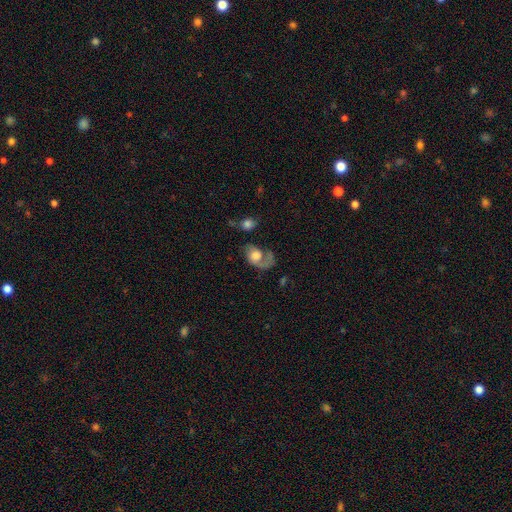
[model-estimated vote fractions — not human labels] Smooth or featured? featured or disk (58%)
Edge-on disk? no (96%)
Bar? no (76%)
Spiral arms? yes (81%)
Bulge size? large (45%)
Merging? major disturbance (41%)